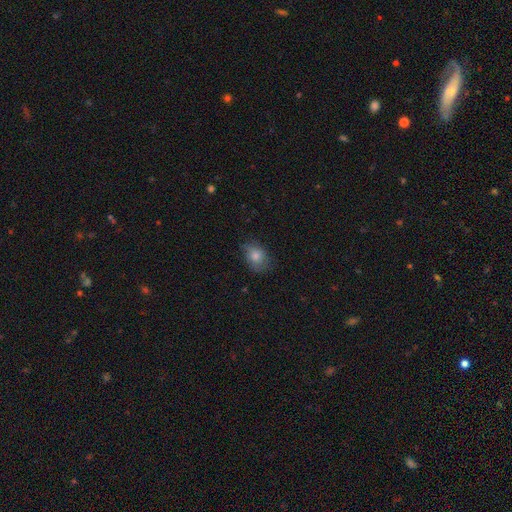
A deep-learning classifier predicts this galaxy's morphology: type=smooth (75%); roundness=in between (63%); merging=none (63%).